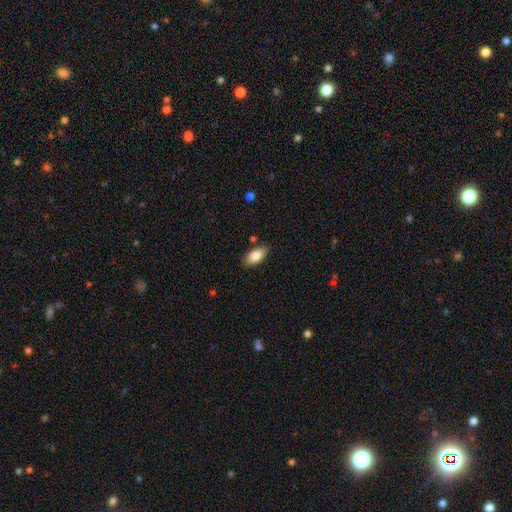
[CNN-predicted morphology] smooth 83%, featured or disk 10%, star or artifact 7%. Down the decision tree: how rounded — in between (91%); merging — none (85%).